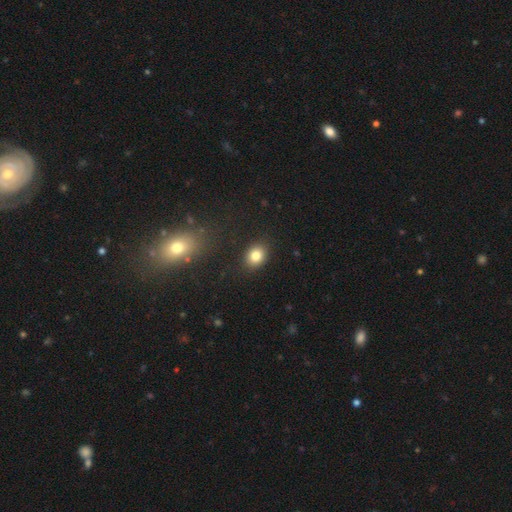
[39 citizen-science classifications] Q: Smooth or featured?
A: smooth (82%); runner-up: featured or disk (15%)
Q: How rounded?
A: in between (59%); runner-up: round (41%)
Q: Merging?
A: none (84%); runner-up: minor disturbance (13%)